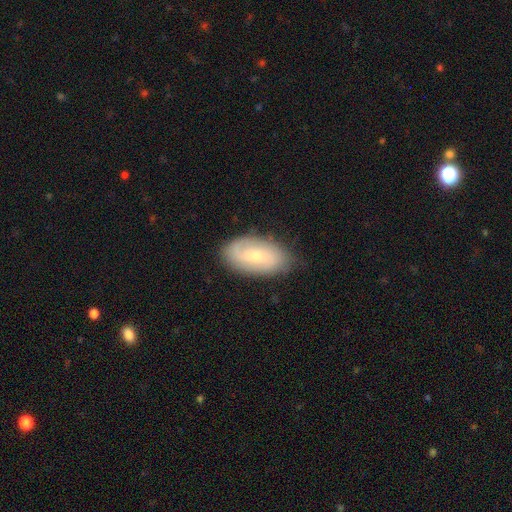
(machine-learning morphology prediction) This is possibly a featured or disk galaxy (53%). It is clearly not viewed edge-on (92%). Merging: likely none (79%).